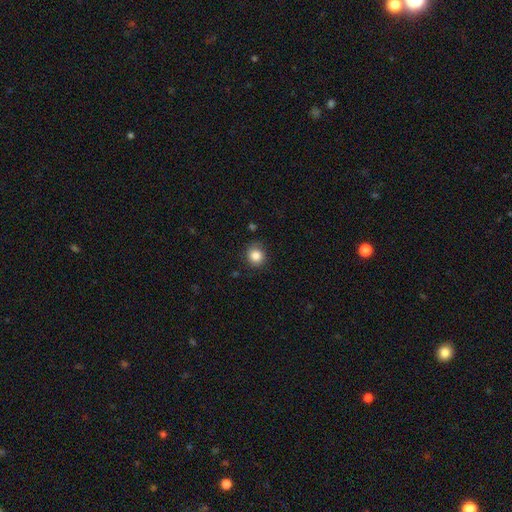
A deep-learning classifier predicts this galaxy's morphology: smooth_or_featured: smooth (p=0.85) [alt: star or artifact p=0.10]
how_rounded: round (p=0.87) [alt: in between p=0.12]
merging: none (p=0.85) [alt: minor disturbance p=0.11]